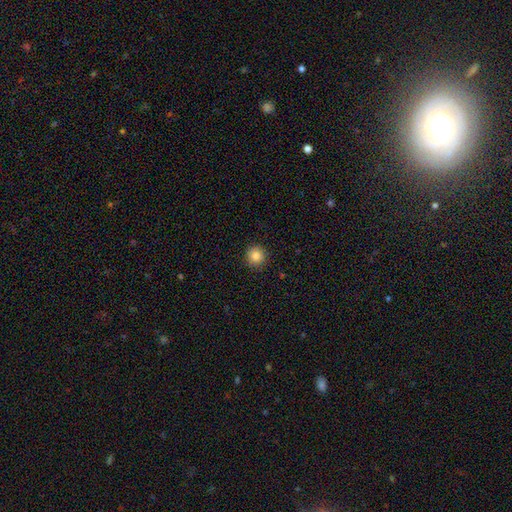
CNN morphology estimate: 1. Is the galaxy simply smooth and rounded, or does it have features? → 84% smooth, 10% star or artifact, 5% featured or disk.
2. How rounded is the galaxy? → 94% round, 5% in between, 1% cigar-shaped.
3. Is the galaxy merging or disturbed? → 91% none, 6% minor disturbance, 2% major disturbance, 1% merger.